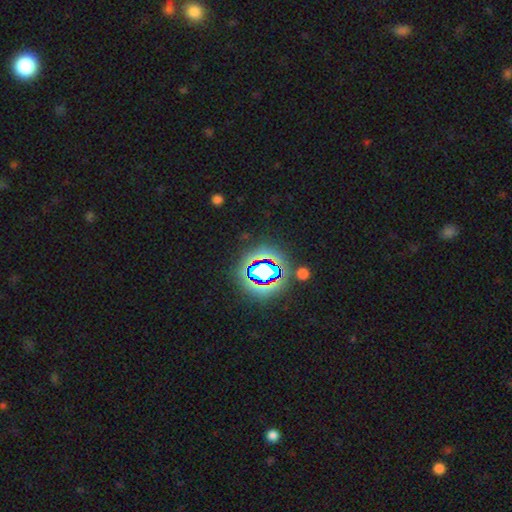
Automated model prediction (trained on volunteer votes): Q: Smooth or featured?
A: star or artifact (79%); runner-up: smooth (12%)